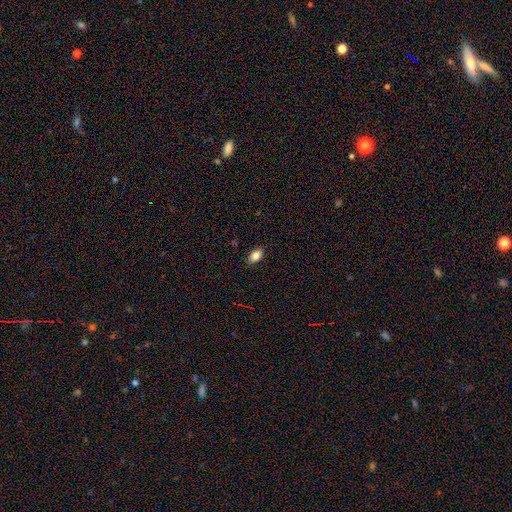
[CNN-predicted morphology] Q: Smooth or featured?
A: smooth (85%); runner-up: star or artifact (9%)
Q: How rounded?
A: in between (90%); runner-up: round (8%)
Q: Merging?
A: none (88%); runner-up: minor disturbance (10%)